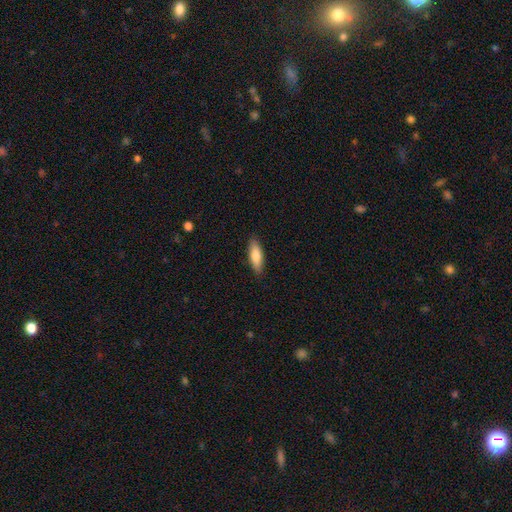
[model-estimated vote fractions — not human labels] This is likely a smooth galaxy (79%). How rounded: possibly in between (51%). Merging: clearly none (88%).